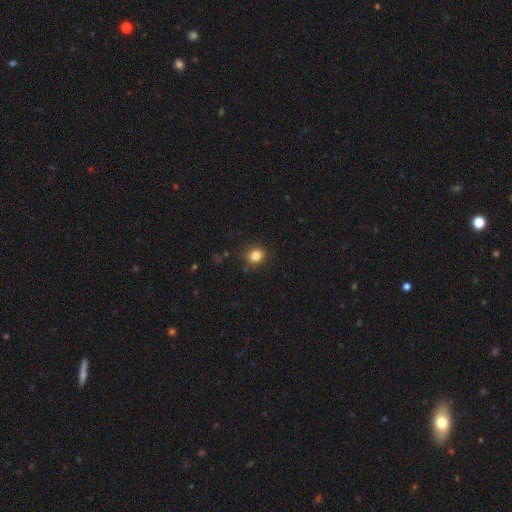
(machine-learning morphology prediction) Overall: smooth (85%). How rounded: round (65%; in between 34%). Merging: none (86%).